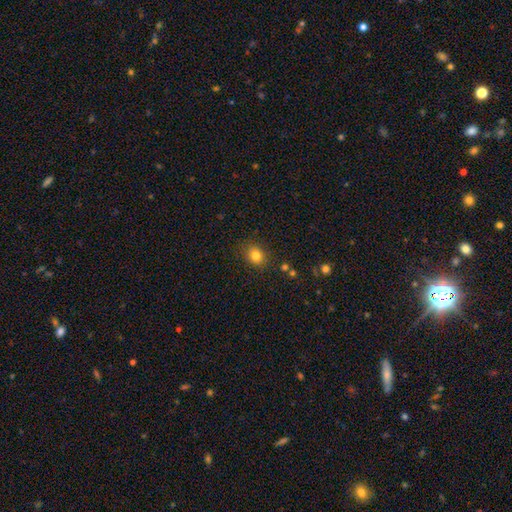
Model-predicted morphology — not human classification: The model was most divided on "how rounded": round: 70%, in between: 29%, cigar-shaped: 1%. More confident: merging — none (85%); smooth or featured — smooth (80%).